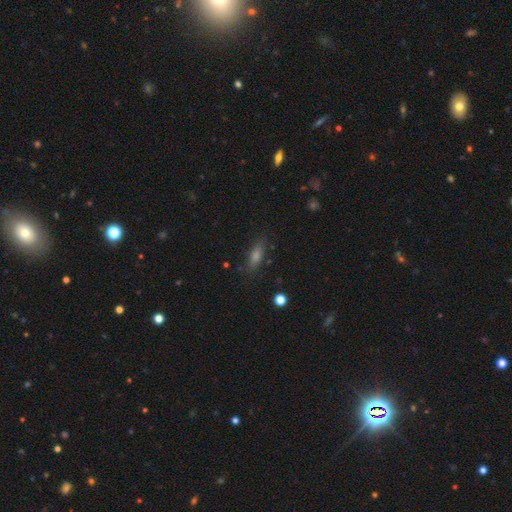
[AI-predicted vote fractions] smooth-or-featured: smooth: 63% | star or artifact: 19% | featured or disk: 18%
  how-rounded: in between: 58% | cigar-shaped: 36% | round: 6%
  merging: none: 81% | minor disturbance: 13% | major disturbance: 4% | merger: 2%